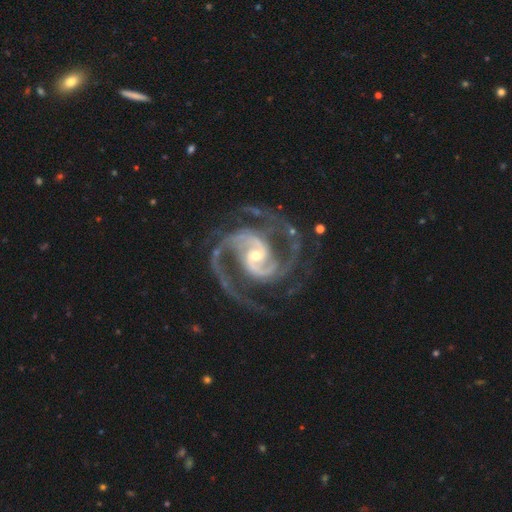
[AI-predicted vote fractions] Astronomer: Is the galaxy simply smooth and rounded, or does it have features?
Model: featured or disk — 94%.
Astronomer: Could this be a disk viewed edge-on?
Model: no — 98%.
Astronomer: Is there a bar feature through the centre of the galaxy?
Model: weak — 43% (runner-up: no, 30%).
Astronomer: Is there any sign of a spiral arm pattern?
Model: yes — 99%.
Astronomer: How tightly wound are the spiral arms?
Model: medium — 60%.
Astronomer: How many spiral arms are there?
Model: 2 — 75%.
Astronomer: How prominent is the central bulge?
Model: small — 48% (runner-up: moderate, 47%).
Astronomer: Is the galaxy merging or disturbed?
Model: none — 74%.